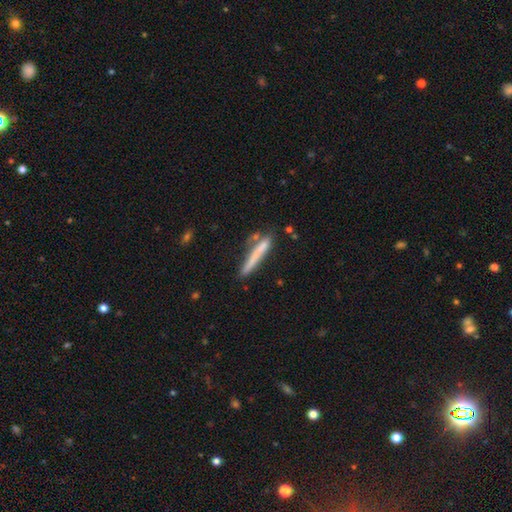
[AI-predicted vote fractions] Smooth or featured? Predicted: smooth (p=0.59). How rounded? Predicted: cigar-shaped (p=0.95). Merging? Predicted: none (p=0.76).